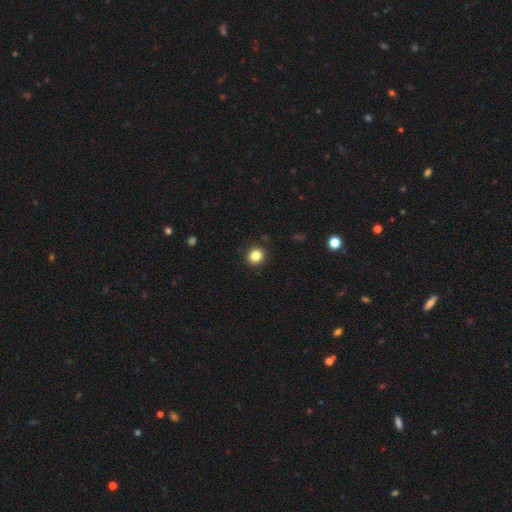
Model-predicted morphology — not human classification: smooth_or_featured: smooth (p=0.84) [alt: star or artifact p=0.11]
how_rounded: round (p=0.90) [alt: in between p=0.09]
merging: none (p=0.92) [alt: minor disturbance p=0.06]